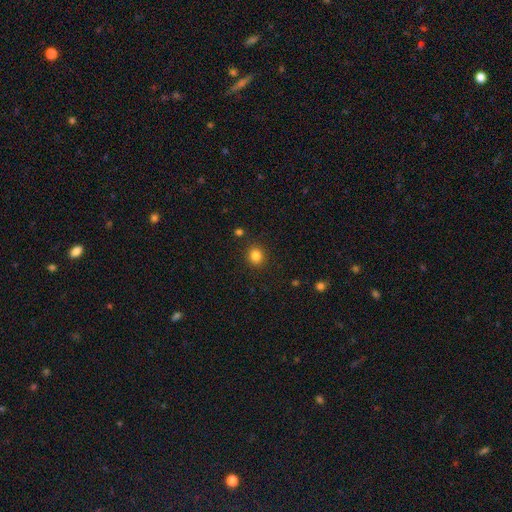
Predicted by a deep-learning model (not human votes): Smooth or featured?
  - smooth: 84% *
  - star or artifact: 12%
  - featured or disk: 5%
How rounded?
  - round: 82% *
  - in between: 17%
  - cigar-shaped: 1%
Merging?
  - none: 89% *
  - minor disturbance: 7%
  - major disturbance: 2%
  - merger: 2%